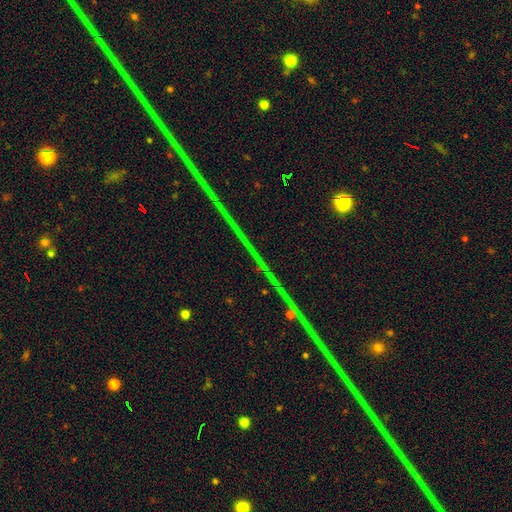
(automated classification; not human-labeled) This appears to be a star or artifact, not a galaxy (87%).